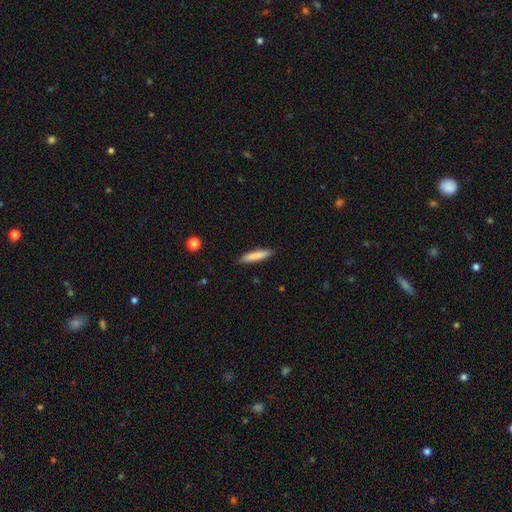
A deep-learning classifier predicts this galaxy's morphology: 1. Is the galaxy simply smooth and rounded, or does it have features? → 83% smooth, 11% featured or disk, 6% star or artifact.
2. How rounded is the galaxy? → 87% cigar-shaped, 12% in between, 1% round.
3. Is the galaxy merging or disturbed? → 89% none, 8% minor disturbance, 2% major disturbance, 1% merger.